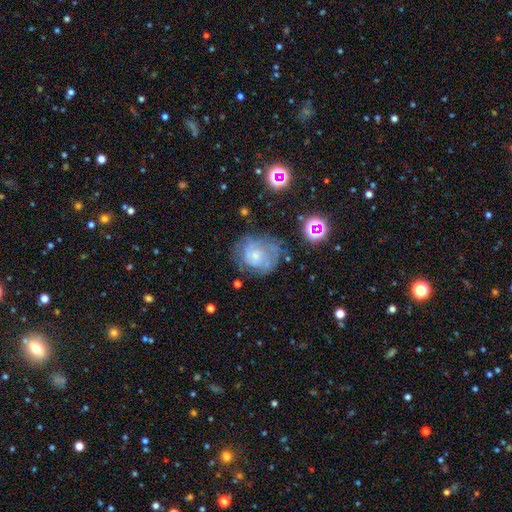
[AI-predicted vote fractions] Smooth or featured?
  - featured or disk: 56% *
  - smooth: 32%
  - star or artifact: 13%
Edge-on disk?
  - no: 97% *
  - yes: 3%
Bar?
  - no: 76% *
  - weak: 21%
  - strong: 3%
Spiral arms?
  - yes: 64% *
  - no: 36%
Bulge size?
  - small: 62% *
  - moderate: 25%
  - none: 9%
  - large: 3%
  - dominant: 1%
Merging?
  - none: 52% *
  - minor disturbance: 25%
  - major disturbance: 19%
  - merger: 4%